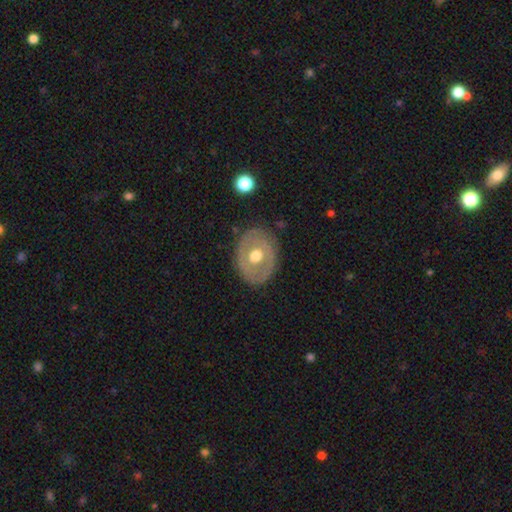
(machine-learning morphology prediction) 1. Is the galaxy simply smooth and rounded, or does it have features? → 55% featured or disk, 39% smooth, 6% star or artifact.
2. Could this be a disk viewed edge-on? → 93% no, 7% yes.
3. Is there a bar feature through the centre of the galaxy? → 85% no, 12% weak, 4% strong.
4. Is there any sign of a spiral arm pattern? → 81% no, 19% yes.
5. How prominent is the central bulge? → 74% moderate, 18% large, 6% small, 1% dominant, 1% none.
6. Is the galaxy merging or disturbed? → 78% none, 15% minor disturbance, 5% major disturbance, 1% merger.